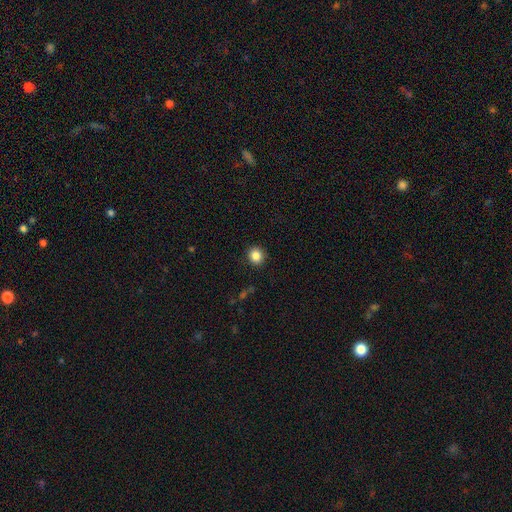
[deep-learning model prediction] Smooth or featured? Predicted: smooth (p=0.86). How rounded? Predicted: round (p=0.84). Merging? Predicted: none (p=0.91).